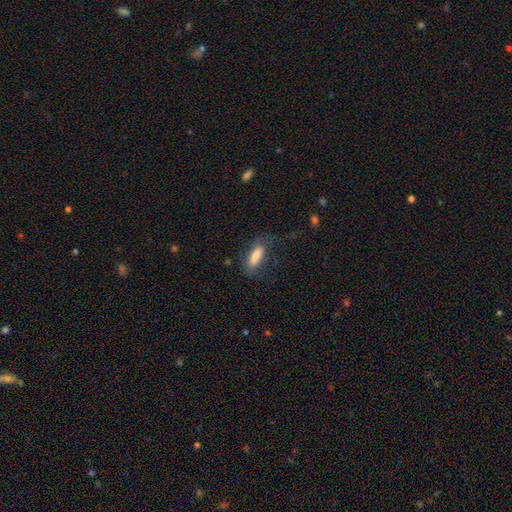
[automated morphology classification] A smooth galaxy with no disk features (74%) that is in between round and cigar-shaped (57%).

Vote fractions:
- Smooth or featured? smooth: 74% / featured or disk: 18% / star or artifact: 8%
- How rounded? in between: 57% / cigar-shaped: 40% / round: 2%
- Merging? none: 58% / minor disturbance: 22% / major disturbance: 18% / merger: 2%